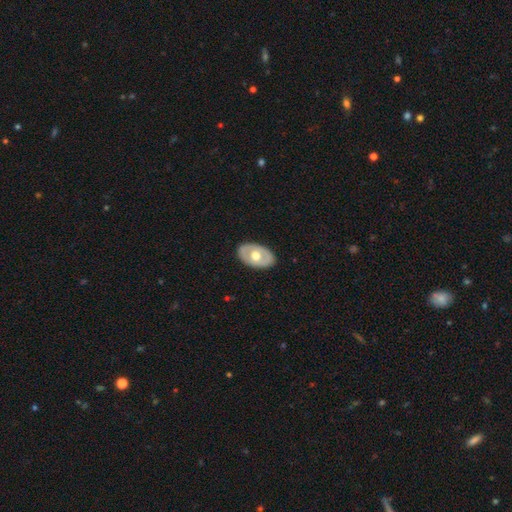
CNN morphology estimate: The model was most divided on "smooth or featured": featured or disk: 49%, smooth: 46%, star or artifact: 4%. More confident: merging — none (87%).